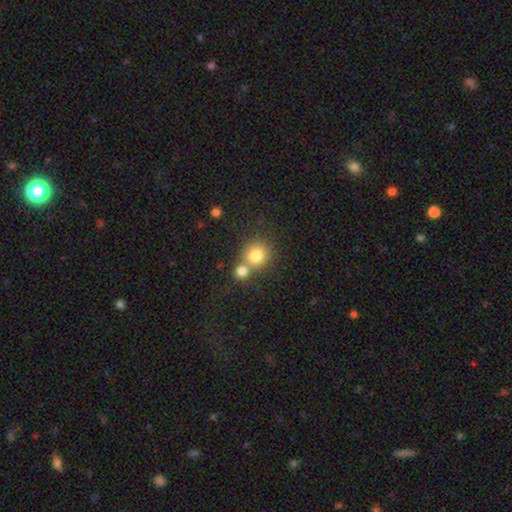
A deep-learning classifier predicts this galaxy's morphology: Smooth or featured? Predicted: smooth (p=0.80). How rounded? Predicted: round (p=0.87). Merging? Predicted: none (p=0.48).